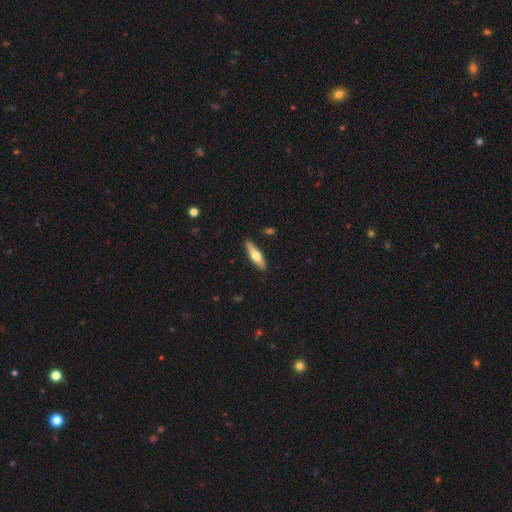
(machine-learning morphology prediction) smooth-or-featured: featured or disk: 51% | smooth: 44% | star or artifact: 5%
  disk-edge-on: yes: 93% | no: 7%
  merging: none: 89% | minor disturbance: 8% | major disturbance: 2% | merger: 1%